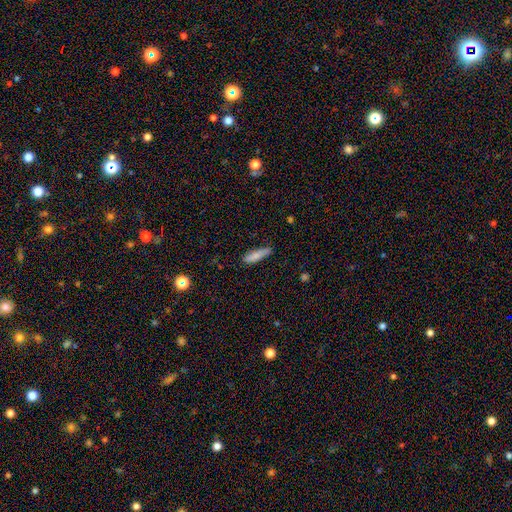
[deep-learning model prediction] Smooth or featured?
  - smooth: 82% *
  - featured or disk: 11%
  - star or artifact: 7%
How rounded?
  - cigar-shaped: 68% *
  - in between: 30%
  - round: 2%
Merging?
  - none: 78% *
  - minor disturbance: 17%
  - major disturbance: 3%
  - merger: 2%